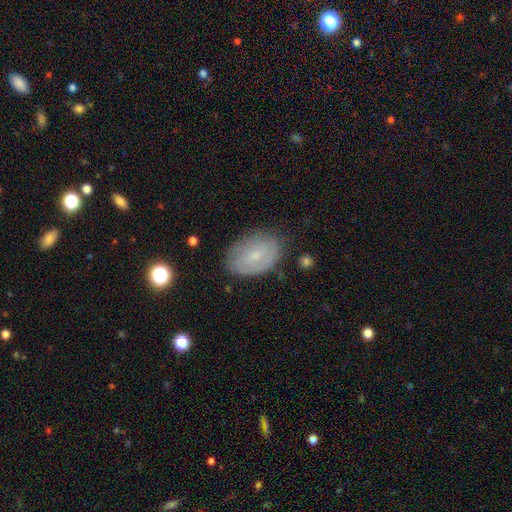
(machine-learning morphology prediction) Smooth or featured? smooth (53%)
How rounded? in between (86%)
Merging? none (76%)